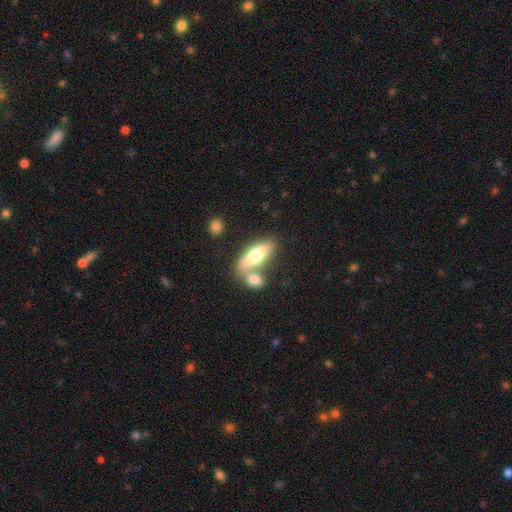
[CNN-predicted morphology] smooth-or-featured: smooth: 67% | featured or disk: 27% | star or artifact: 6%
  how-rounded: in between: 71% | cigar-shaped: 25% | round: 4%
  merging: merger: 46% | none: 39% | minor disturbance: 11% | major disturbance: 5%